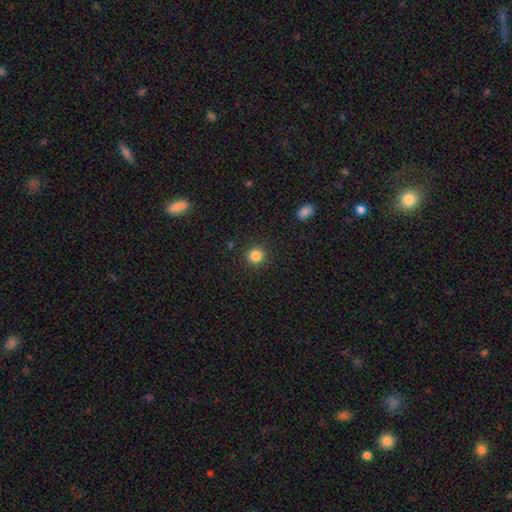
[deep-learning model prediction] Overall: smooth (85%). How rounded: round (90%). Merging: none (91%).